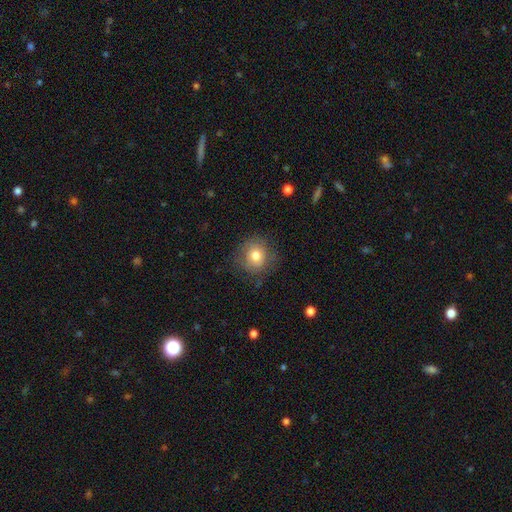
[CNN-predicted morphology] A smooth galaxy with no disk features (77%) that is round (86%). Merging: none (76%).